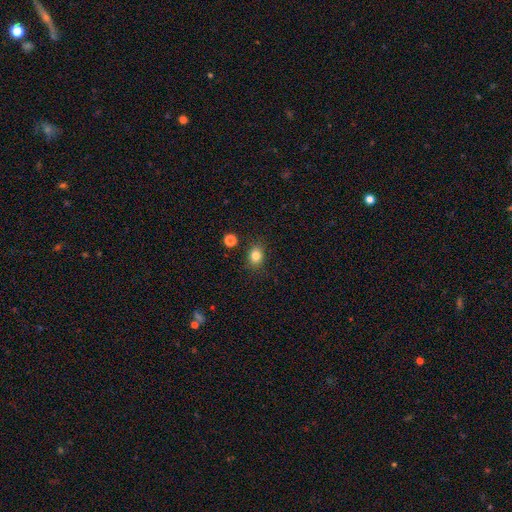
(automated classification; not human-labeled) Q: Smooth or featured?
A: smooth (82%); runner-up: star or artifact (11%)
Q: How rounded?
A: in between (51%); runner-up: round (48%)
Q: Merging?
A: none (83%); runner-up: minor disturbance (11%)